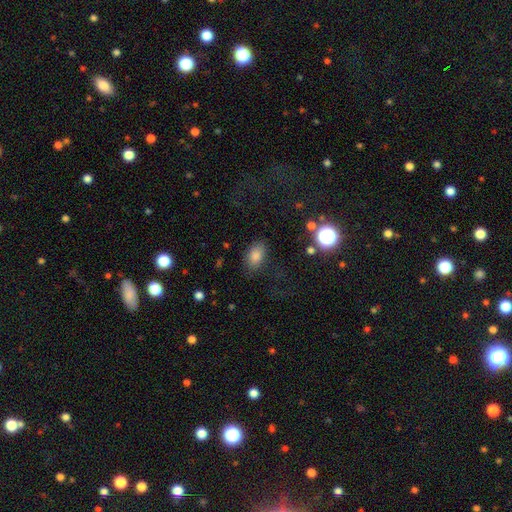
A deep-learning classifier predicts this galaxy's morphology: A smooth galaxy with no disk features (81%) that is in between round and cigar-shaped (88%).

Vote fractions:
- Smooth or featured? smooth: 81% / star or artifact: 12% / featured or disk: 7%
- How rounded? in between: 88% / round: 10% / cigar-shaped: 2%
- Merging? none: 79% / minor disturbance: 14% / major disturbance: 5% / merger: 2%